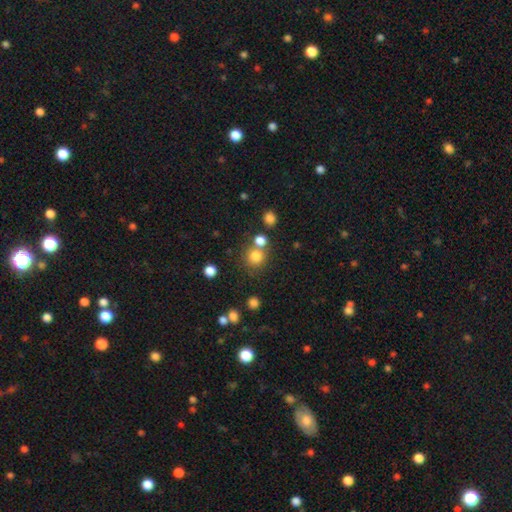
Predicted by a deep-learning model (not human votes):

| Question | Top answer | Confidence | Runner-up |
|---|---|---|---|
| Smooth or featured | smooth | 79% | star or artifact (14%) |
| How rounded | round | 90% | in between (9%) |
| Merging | none | 66% | merger (22%) |